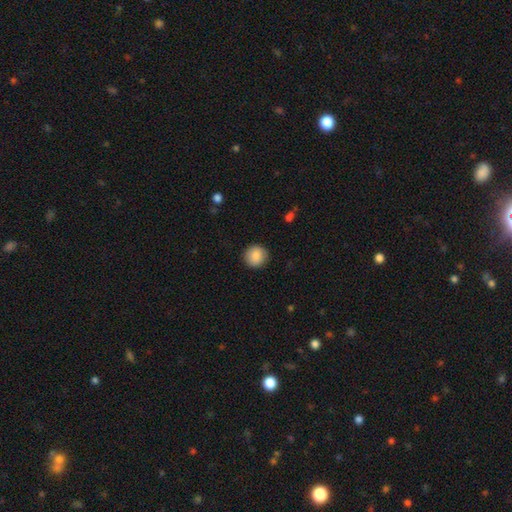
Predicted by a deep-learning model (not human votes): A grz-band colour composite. It shows a smooth galaxy with no disk features (87%) that is round (93%). Merging: none (92%).